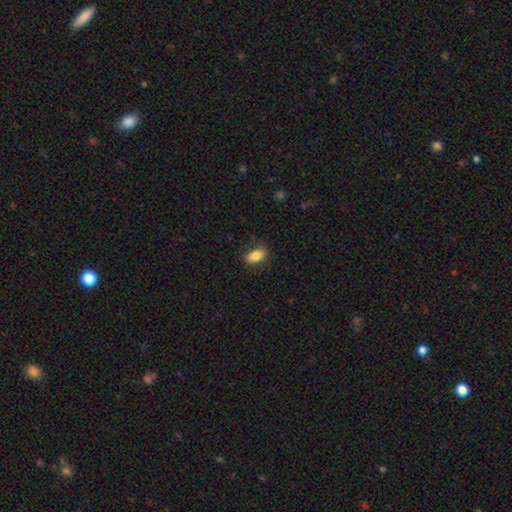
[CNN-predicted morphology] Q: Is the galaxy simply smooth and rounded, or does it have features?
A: smooth — 81%.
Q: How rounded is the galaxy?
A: in between — 89%.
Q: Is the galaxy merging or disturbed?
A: none — 81%.